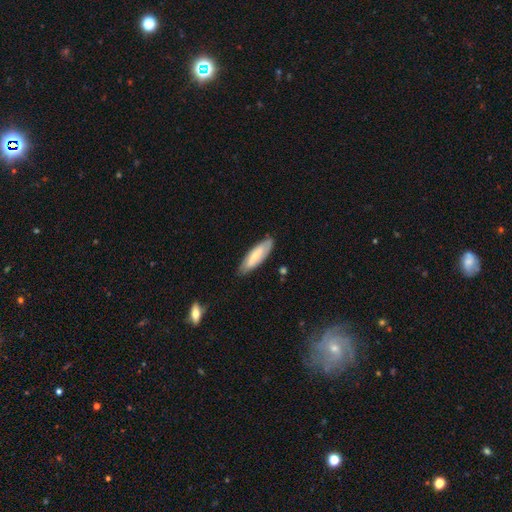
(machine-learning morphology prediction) smooth_or_featured: smooth (p=0.57) [alt: featured or disk p=0.38]
how_rounded: in between (p=0.53) [alt: cigar-shaped p=0.46]
merging: none (p=0.82) [alt: minor disturbance p=0.14]